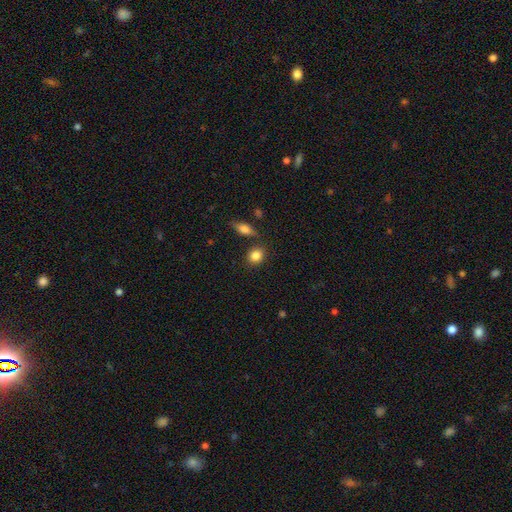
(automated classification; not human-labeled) The model was most divided on "how rounded": round: 65%, in between: 33%, cigar-shaped: 2%. More confident: smooth or featured — smooth (85%); merging — none (78%).